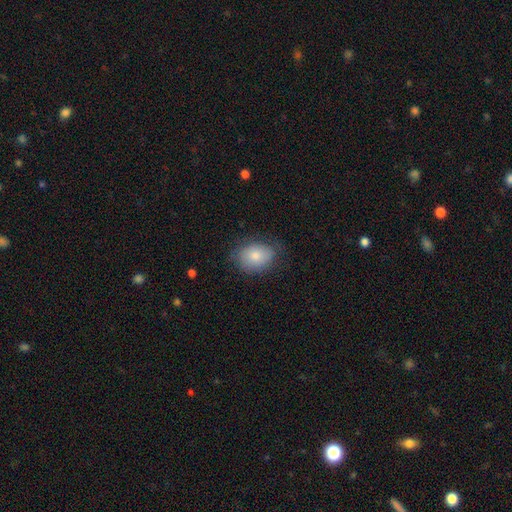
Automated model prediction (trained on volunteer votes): smooth_or_featured: smooth (p=0.81) [alt: featured or disk p=0.12]
how_rounded: in between (p=0.65) [alt: round p=0.34]
merging: none (p=0.72) [alt: minor disturbance p=0.21]